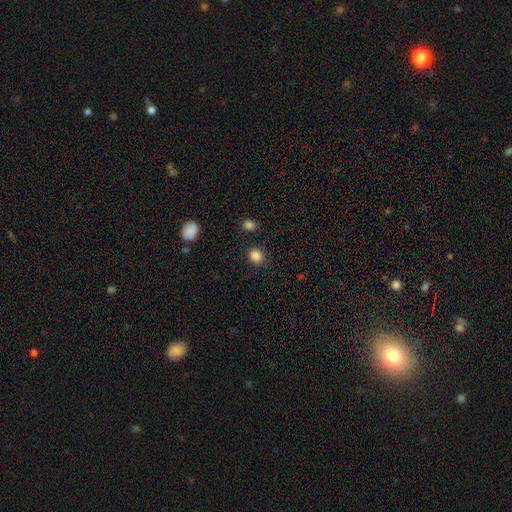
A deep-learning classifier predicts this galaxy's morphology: A smooth galaxy with no disk features (86%) that is round (77%).

Vote fractions:
- Smooth or featured? smooth: 86% / star or artifact: 11% / featured or disk: 3%
- How rounded? round: 77% / in between: 22% / cigar-shaped: 1%
- Merging? none: 86% / minor disturbance: 9% / major disturbance: 3% / merger: 3%